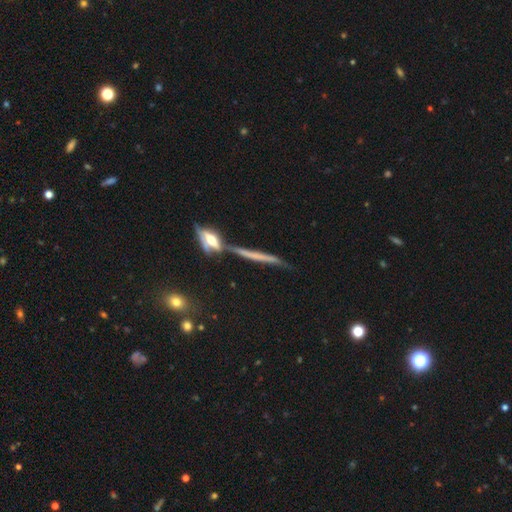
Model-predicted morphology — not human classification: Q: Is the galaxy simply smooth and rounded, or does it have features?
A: featured or disk — 57%.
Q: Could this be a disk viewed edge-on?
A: yes — 90%.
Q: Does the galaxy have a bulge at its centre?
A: none — 69%.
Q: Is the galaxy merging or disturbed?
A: none — 62%.